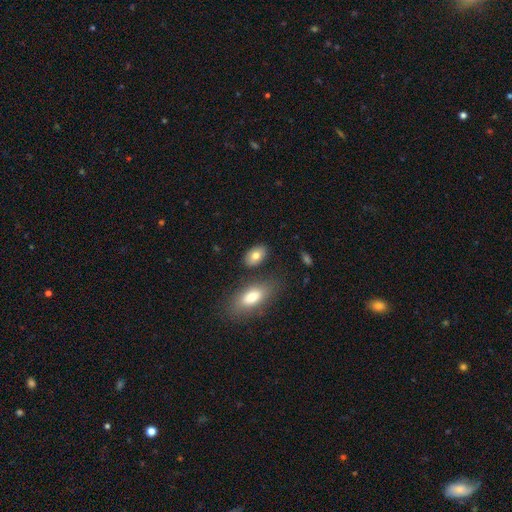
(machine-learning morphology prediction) A smooth galaxy with no disk features (77%) that is in between round and cigar-shaped (90%). Merging: none (78%).